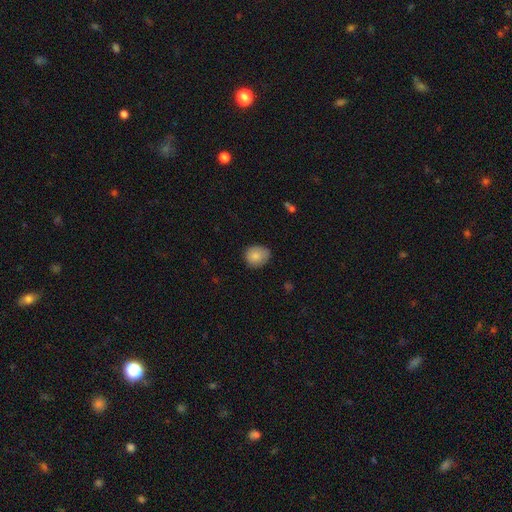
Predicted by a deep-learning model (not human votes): A smooth galaxy with no disk features (81%) that is round (68%).

Vote fractions:
- Smooth or featured? smooth: 81% / featured or disk: 11% / star or artifact: 8%
- How rounded? round: 68% / in between: 31% / cigar-shaped: 1%
- Merging? none: 69% / minor disturbance: 26% / major disturbance: 4% / merger: 1%